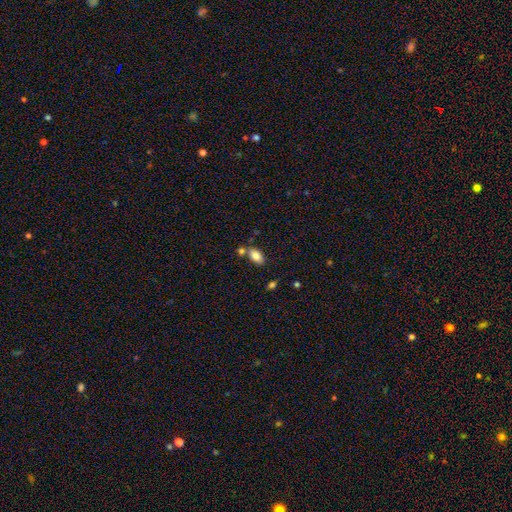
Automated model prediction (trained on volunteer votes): smooth-or-featured: smooth: 83% | featured or disk: 9% | star or artifact: 8%
  how-rounded: in between: 92% | round: 6% | cigar-shaped: 3%
  merging: none: 65% | merger: 19% | minor disturbance: 12% | major disturbance: 3%